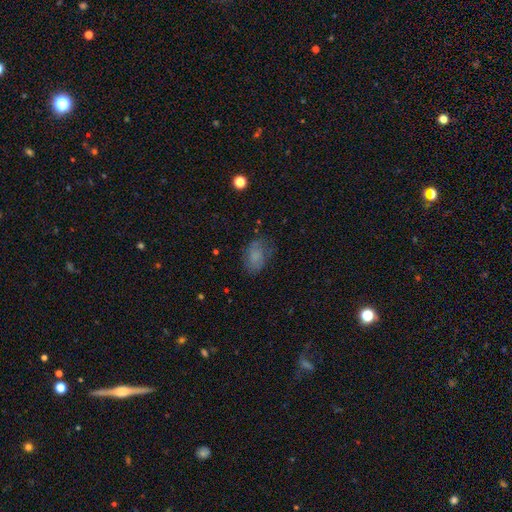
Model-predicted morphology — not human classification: smooth_or_featured: smooth (p=0.70) [alt: featured or disk p=0.19]
how_rounded: in between (p=0.82) [alt: round p=0.16]
merging: none (p=0.62) [alt: minor disturbance p=0.25]